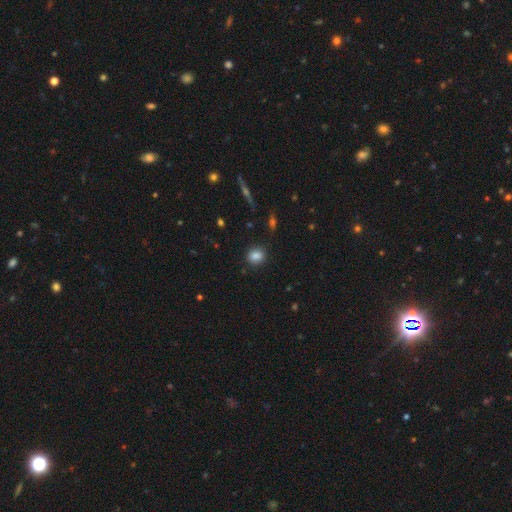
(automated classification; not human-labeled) A smooth galaxy with no disk features (85%) that is round (72%).

Vote fractions:
- Smooth or featured? smooth: 85% / star or artifact: 10% / featured or disk: 5%
- How rounded? round: 72% / in between: 27% / cigar-shaped: 1%
- Merging? none: 89% / minor disturbance: 8% / major disturbance: 2% / merger: 1%